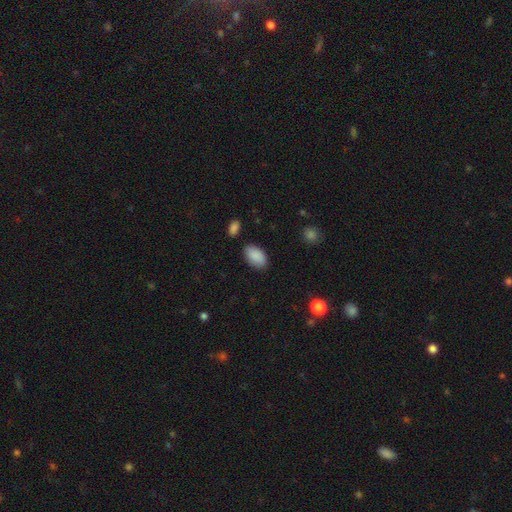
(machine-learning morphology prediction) type=smooth (90%); roundness=in between (94%); merging=none (82%).